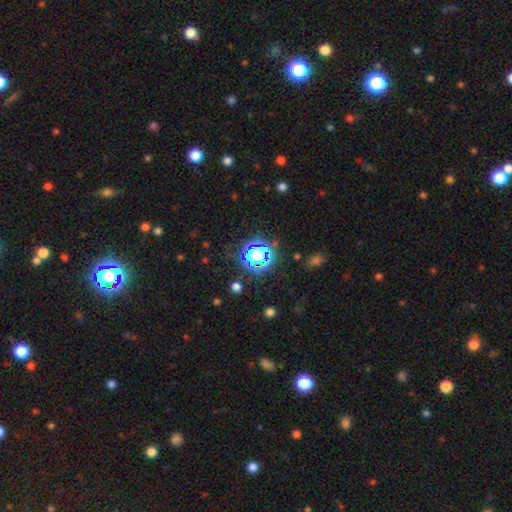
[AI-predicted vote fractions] Smooth or featured: star or artifact — 58% (smooth — 31%)